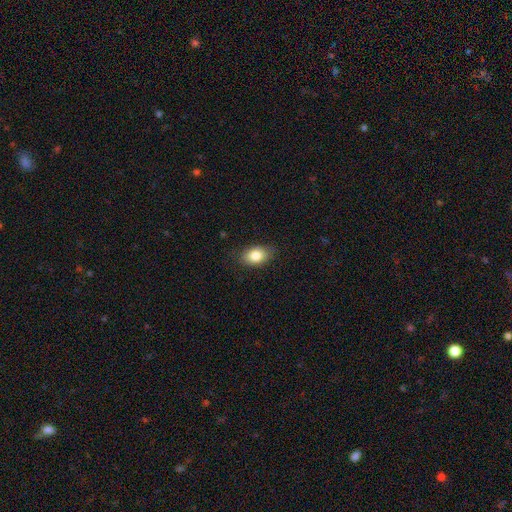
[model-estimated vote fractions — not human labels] Smooth or featured: smooth — 83% (featured or disk — 9%)
How rounded: in between — 85% (round — 14%)
Merging: none — 83% (minor disturbance — 13%)